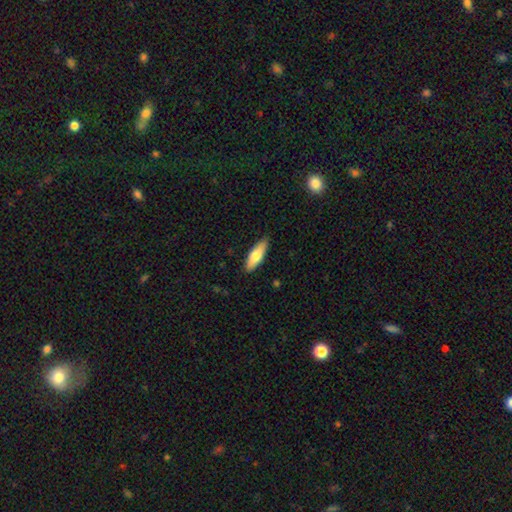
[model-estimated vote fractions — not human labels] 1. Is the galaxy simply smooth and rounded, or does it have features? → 74% smooth, 21% featured or disk, 5% star or artifact.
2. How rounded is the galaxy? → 56% in between, 42% cigar-shaped, 2% round.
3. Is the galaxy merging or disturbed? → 87% none, 10% minor disturbance, 2% major disturbance, 1% merger.